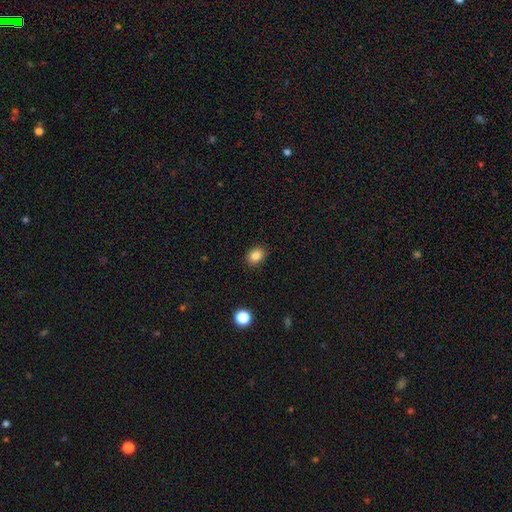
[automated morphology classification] This appears to be a smooth galaxy with no disk features (84%) that is in between round and cigar-shaped (52%). Merging: none (89%).